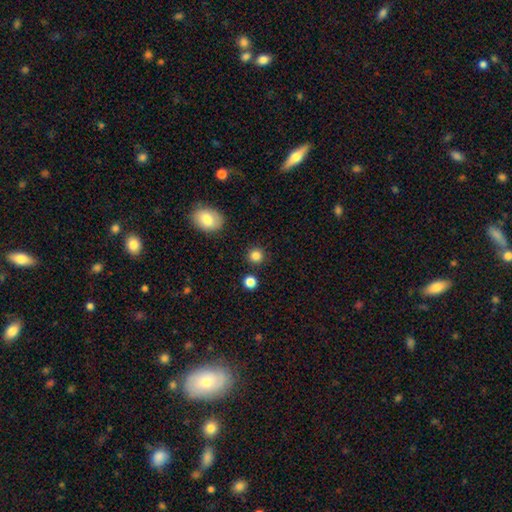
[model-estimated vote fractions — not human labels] Smooth or featured? smooth (84%)
How rounded? round (92%)
Merging? none (88%)